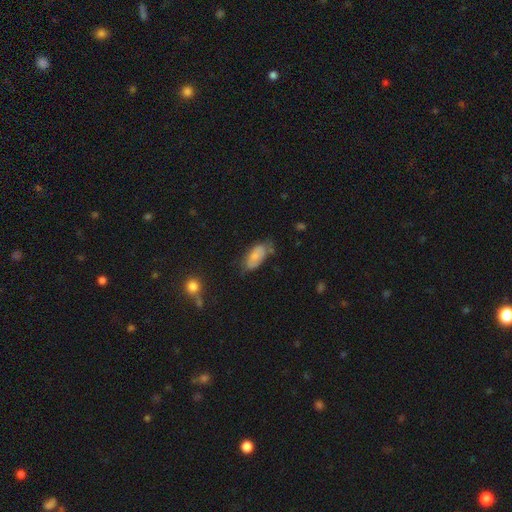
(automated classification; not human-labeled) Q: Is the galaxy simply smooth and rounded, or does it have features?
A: smooth — 71%.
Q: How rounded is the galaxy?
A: in between — 91%.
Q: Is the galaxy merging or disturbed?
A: none — 54%.